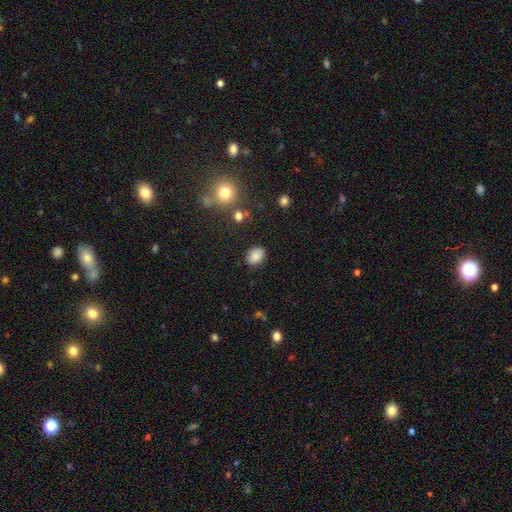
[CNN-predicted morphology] A smooth galaxy with no disk features (85%) that is in between round and cigar-shaped (72%).

Vote fractions:
- Smooth or featured? smooth: 85% / star or artifact: 10% / featured or disk: 5%
- How rounded? in between: 72% / round: 26% / cigar-shaped: 1%
- Merging? none: 86% / minor disturbance: 10% / major disturbance: 3% / merger: 2%